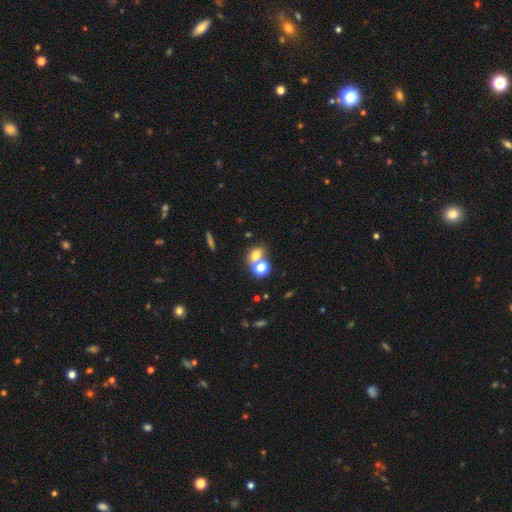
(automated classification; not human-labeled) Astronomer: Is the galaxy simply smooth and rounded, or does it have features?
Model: smooth — 71%.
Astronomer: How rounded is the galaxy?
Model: round — 50% (runner-up: in between, 48%).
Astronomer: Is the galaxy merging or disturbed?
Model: none — 44% (runner-up: merger, 43%).